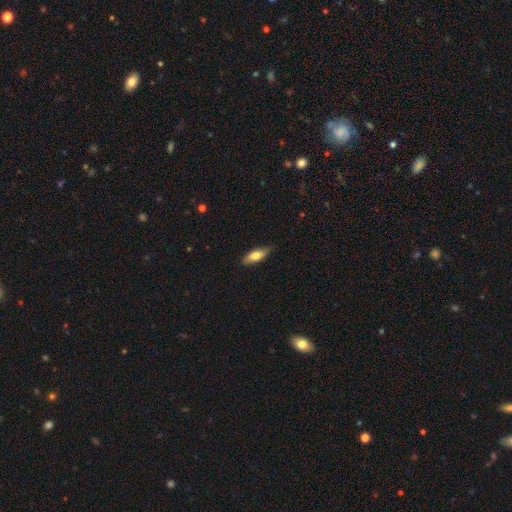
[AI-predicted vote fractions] smooth-or-featured: smooth: 73% | featured or disk: 21% | star or artifact: 6%
  how-rounded: in between: 61% | cigar-shaped: 36% | round: 2%
  merging: none: 83% | minor disturbance: 14% | major disturbance: 2% | merger: 1%